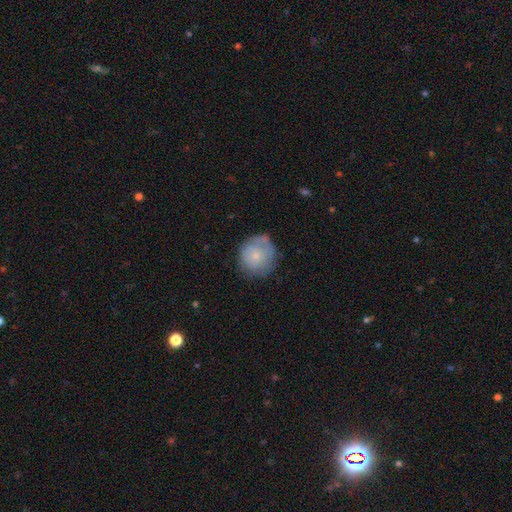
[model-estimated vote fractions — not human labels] Q: Smooth or featured?
A: smooth (67%); runner-up: featured or disk (26%)
Q: How rounded?
A: round (90%); runner-up: in between (9%)
Q: Merging?
A: none (63%); runner-up: minor disturbance (25%)